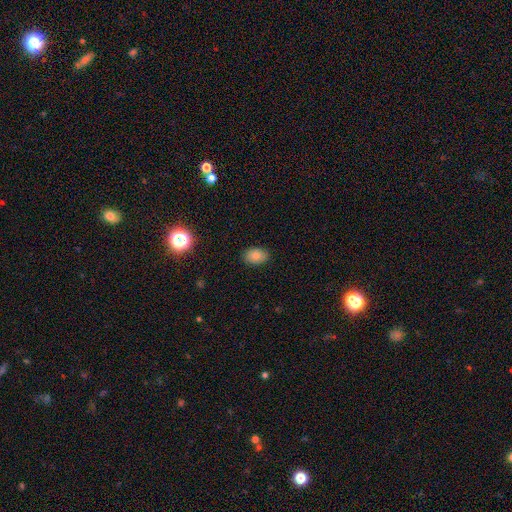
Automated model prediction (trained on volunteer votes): smooth 81%, star or artifact 10%, featured or disk 9%. Down the decision tree: how rounded — in between (82%); merging — none (87%).